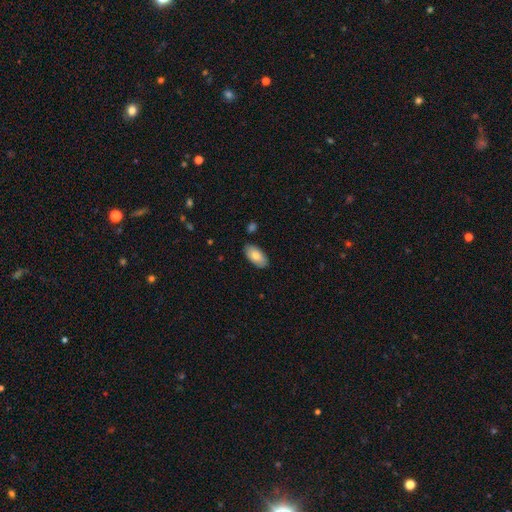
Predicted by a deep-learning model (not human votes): The model was most divided on "smooth or featured": smooth: 80%, featured or disk: 14%, star or artifact: 6%. More confident: how rounded — in between (95%); merging — none (85%).